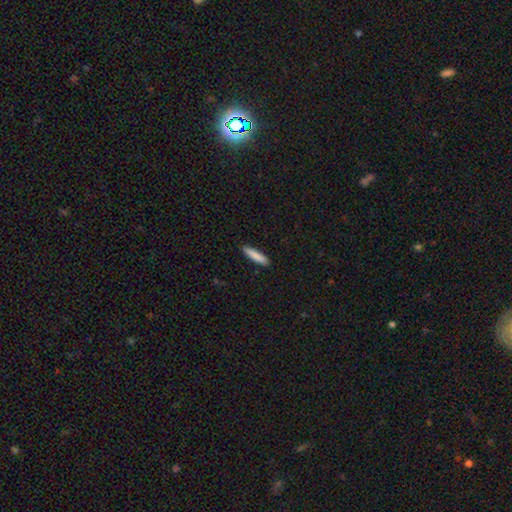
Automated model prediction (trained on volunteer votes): Smooth or featured?
  - smooth: 87% *
  - featured or disk: 8%
  - star or artifact: 6%
How rounded?
  - cigar-shaped: 87% *
  - in between: 12%
  - round: 1%
Merging?
  - none: 91% *
  - minor disturbance: 6%
  - major disturbance: 1%
  - merger: 1%